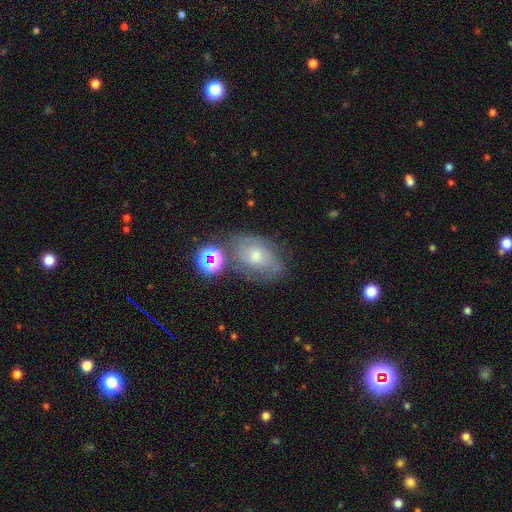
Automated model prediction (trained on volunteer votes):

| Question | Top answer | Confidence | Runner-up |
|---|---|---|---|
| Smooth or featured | featured or disk | 50% | smooth (28%) |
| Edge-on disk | no | 94% | yes (6%) |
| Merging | none | 64% | minor disturbance (19%) |